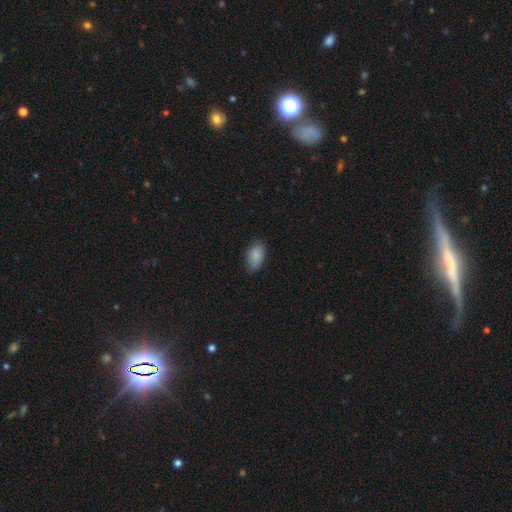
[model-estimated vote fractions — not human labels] Overall: smooth (87%). How rounded: in between (93%). Merging: none (82%).